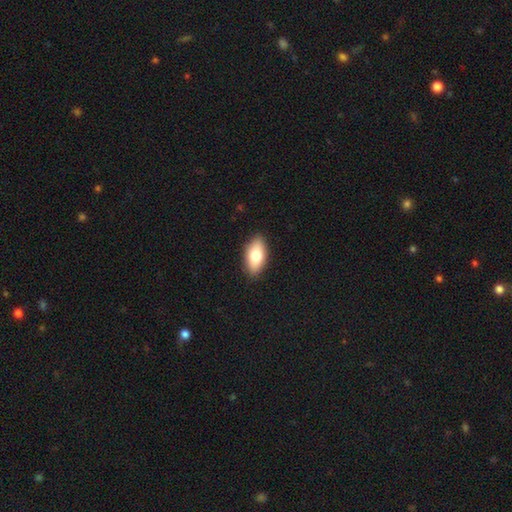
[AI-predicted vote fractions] Q: Smooth or featured?
A: smooth (77%); runner-up: featured or disk (16%)
Q: How rounded?
A: in between (89%); runner-up: cigar-shaped (7%)
Q: Merging?
A: none (88%); runner-up: minor disturbance (9%)